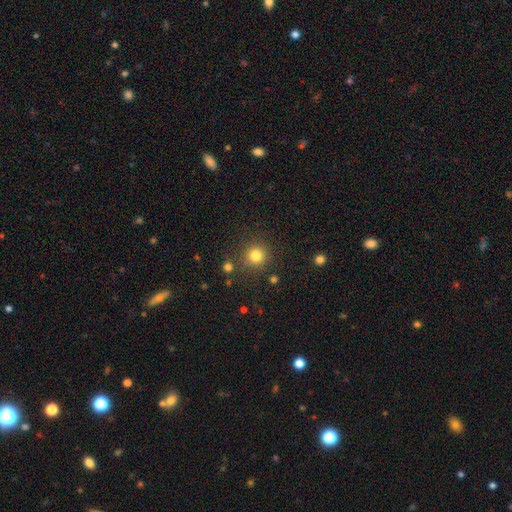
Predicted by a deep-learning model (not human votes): Smooth or featured?
  - smooth: 81% *
  - star or artifact: 13%
  - featured or disk: 6%
How rounded?
  - round: 93% *
  - in between: 6%
  - cigar-shaped: 1%
Merging?
  - none: 84% *
  - minor disturbance: 8%
  - merger: 5%
  - major disturbance: 3%